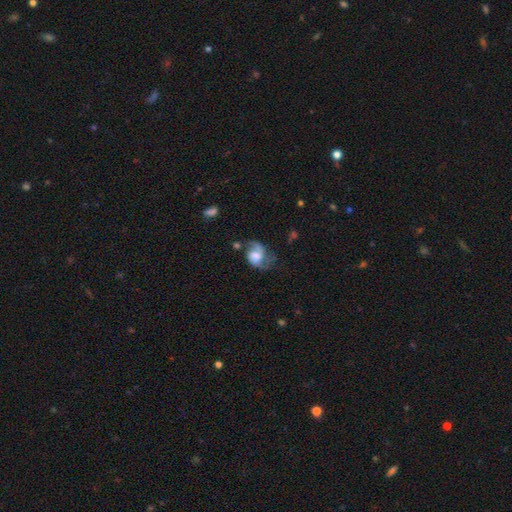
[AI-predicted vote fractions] Smooth or featured?
  - featured or disk: 69% *
  - smooth: 23%
  - star or artifact: 8%
Edge-on disk?
  - no: 98% *
  - yes: 2%
Bar?
  - no: 55% *
  - weak: 37%
  - strong: 8%
Spiral arms?
  - yes: 90% *
  - no: 10%
Spiral winding?
  - medium: 44% *
  - loose: 40%
  - tight: 17%
Spiral arm count?
  - 2: 68% *
  - 1: 21%
  - can't tell: 7%
  - 3: 2%
  - 4: 1%
  - more than 4: 1%
Bulge size?
  - moderate: 40% *
  - large: 27%
  - small: 18%
  - none: 11%
  - dominant: 4%
Merging?
  - none: 43% *
  - major disturbance: 27%
  - minor disturbance: 24%
  - merger: 6%